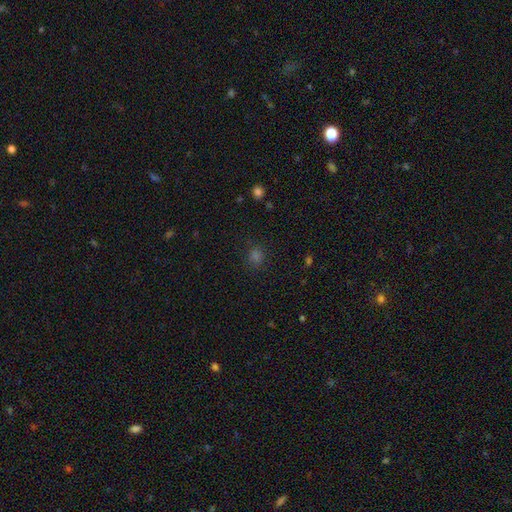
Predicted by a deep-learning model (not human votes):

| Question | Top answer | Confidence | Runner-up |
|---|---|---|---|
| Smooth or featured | smooth | 65% | star or artifact (30%) |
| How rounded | round | 79% | in between (20%) |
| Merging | none | 86% | minor disturbance (9%) |